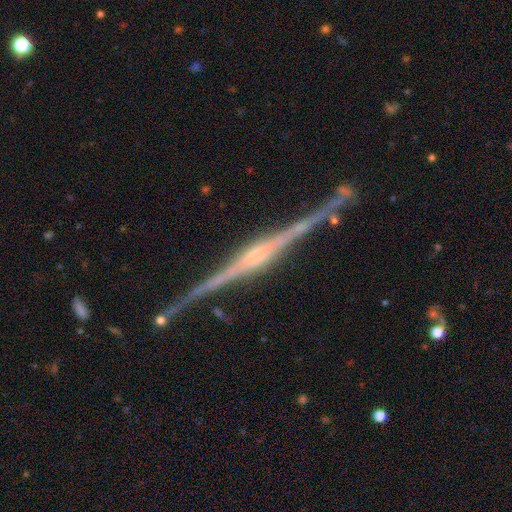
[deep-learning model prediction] Overall: featured or disk (91%). Edge-on disk: yes (98%). Edge-on bulge: rounded (73%). Merging: none (84%).